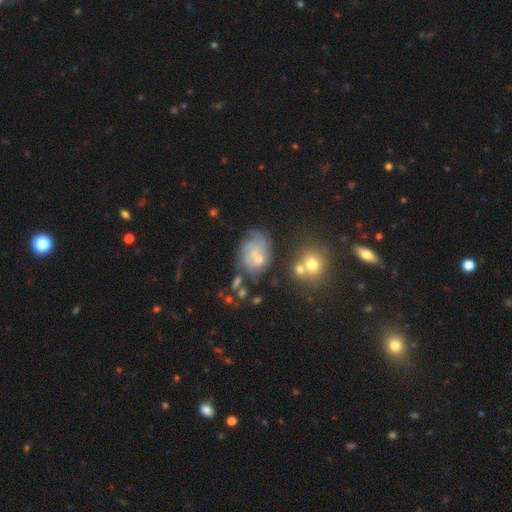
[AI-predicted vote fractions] This is possibly a featured or disk galaxy (55%). It is clearly not viewed edge-on (97%). Bar: likely no (78%). Spiral arm pattern: likely yes (68%). Central bulge: likely small (66%). Merging: marginally none (40%).